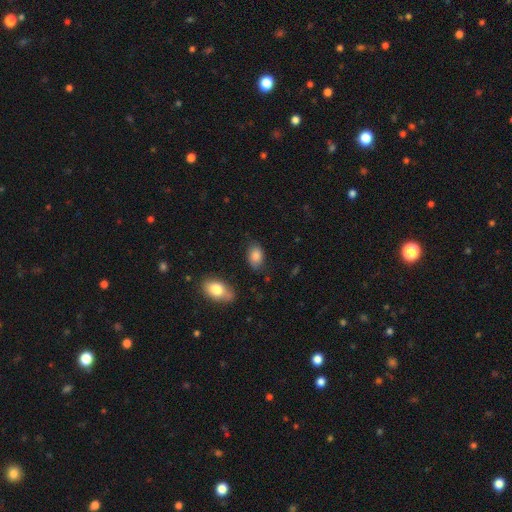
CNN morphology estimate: This is clearly a smooth galaxy (84%). How rounded: clearly in between (88%). Merging: likely none (77%).